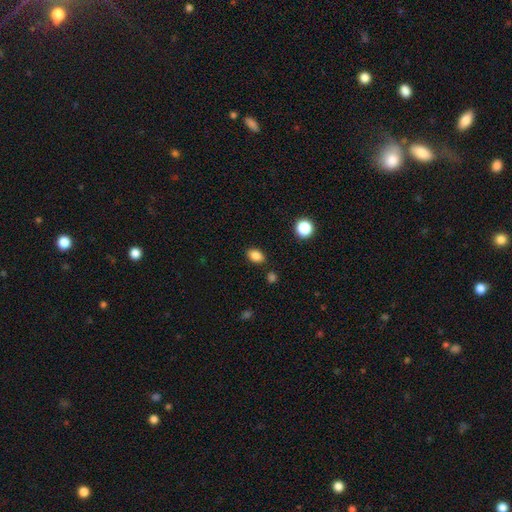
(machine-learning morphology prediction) Smooth or featured? smooth (85%)
How rounded? in between (82%)
Merging? none (84%)